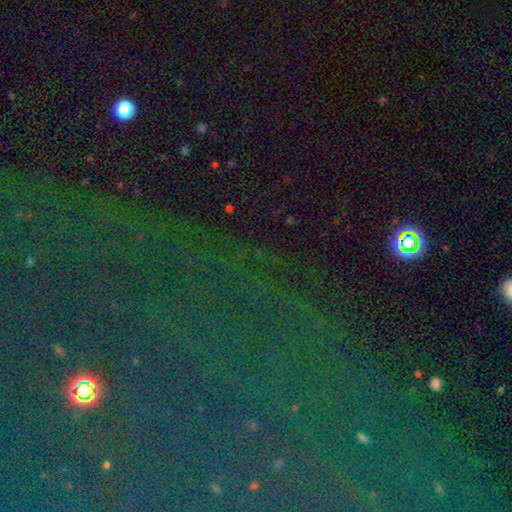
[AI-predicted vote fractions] Smooth or featured? star or artifact (79%)